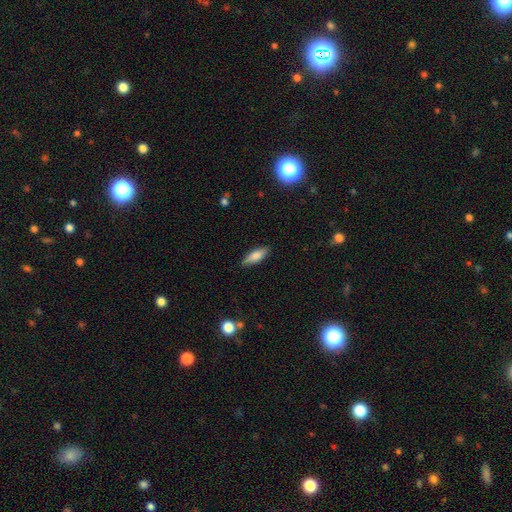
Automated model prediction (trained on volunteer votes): This is clearly a smooth galaxy (81%). How rounded: likely in between (62%). Merging: clearly none (87%).